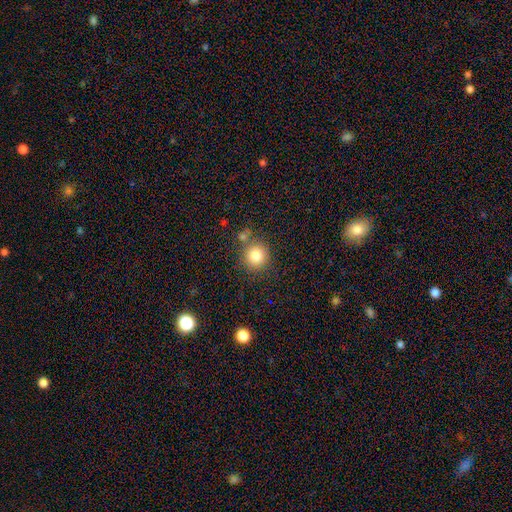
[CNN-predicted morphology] smooth 82%, star or artifact 11%, featured or disk 7%. Down the decision tree: how rounded — round (91%); merging — none (75%).